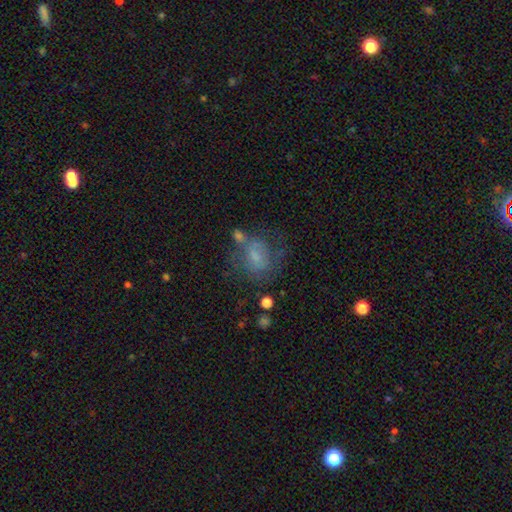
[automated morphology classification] smooth_or_featured: smooth (p=0.50) [alt: featured or disk p=0.36]
how_rounded: in between (p=0.51) [alt: round p=0.47]
merging: none (p=0.44) [alt: major disturbance p=0.21]